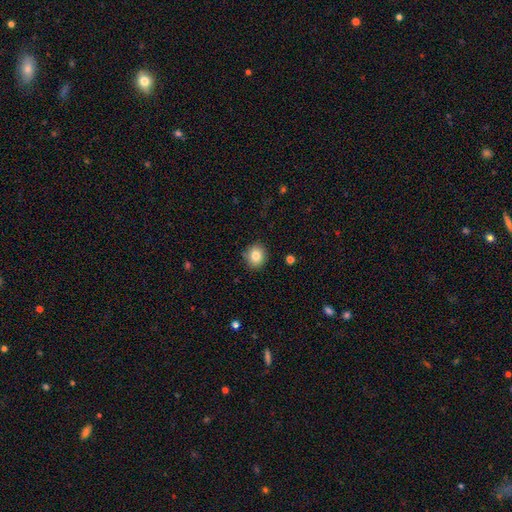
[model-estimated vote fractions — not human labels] A smooth galaxy with no disk features (83%) that is round (81%). Merging: none (89%).